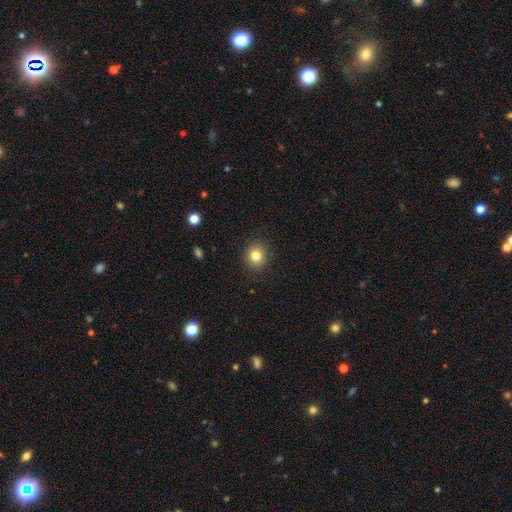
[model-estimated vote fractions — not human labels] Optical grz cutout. It shows a smooth galaxy with no disk features (81%) that is round (86%). Merging: none (90%).